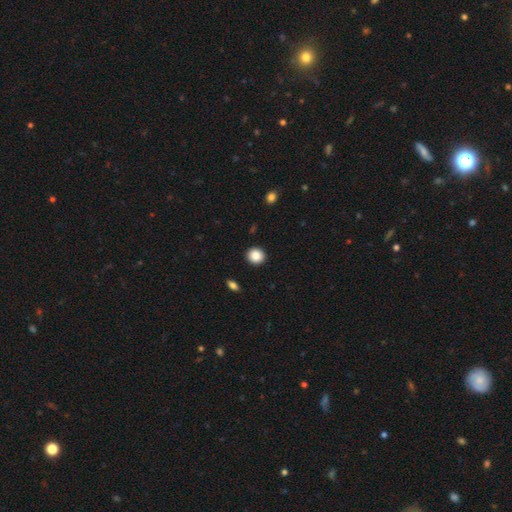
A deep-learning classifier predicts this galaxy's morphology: Smooth or featured? Predicted: smooth (p=0.87). How rounded? Predicted: round (p=0.88). Merging? Predicted: none (p=0.92).